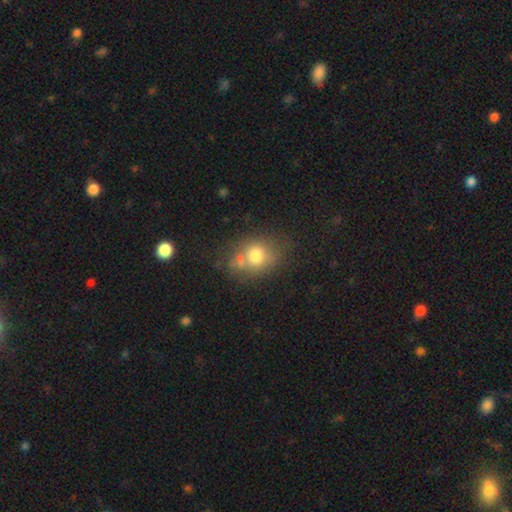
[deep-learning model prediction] Q: Smooth or featured?
A: smooth (71%); runner-up: featured or disk (17%)
Q: How rounded?
A: round (55%); runner-up: in between (43%)
Q: Merging?
A: none (53%); runner-up: minor disturbance (21%)